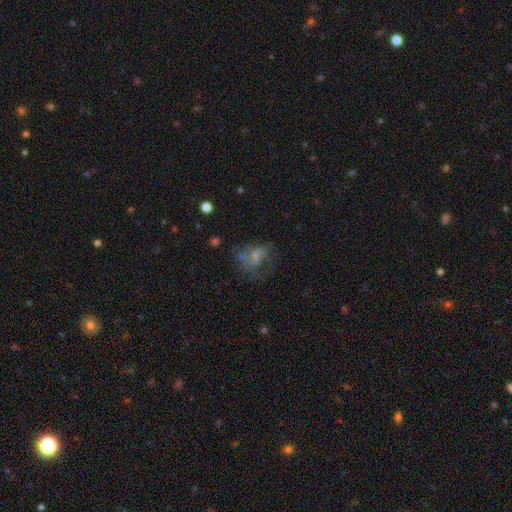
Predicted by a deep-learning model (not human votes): Smooth or featured? featured or disk (46%)
Merging? none (43%)